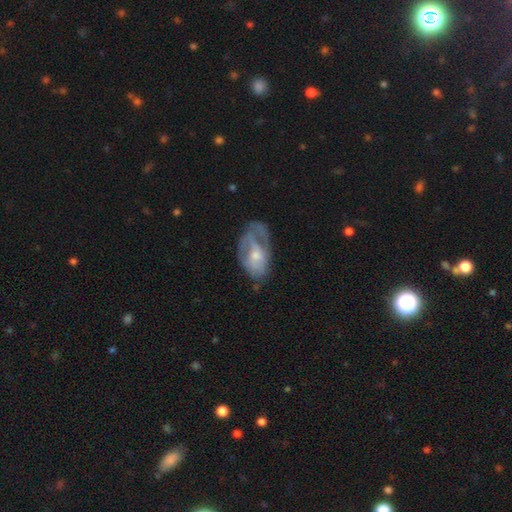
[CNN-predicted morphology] smooth-or-featured: featured or disk: 55% | smooth: 38% | star or artifact: 7%
  disk-edge-on: no: 94% | yes: 6%
    bar: no: 70% | weak: 26% | strong: 4%
    has-spiral-arms: yes: 55% | no: 45%
    bulge-size: moderate: 45% | small: 44% | none: 5% | large: 4% | dominant: 1%
  merging: none: 39% | minor disturbance: 30% | major disturbance: 28% | merger: 2%